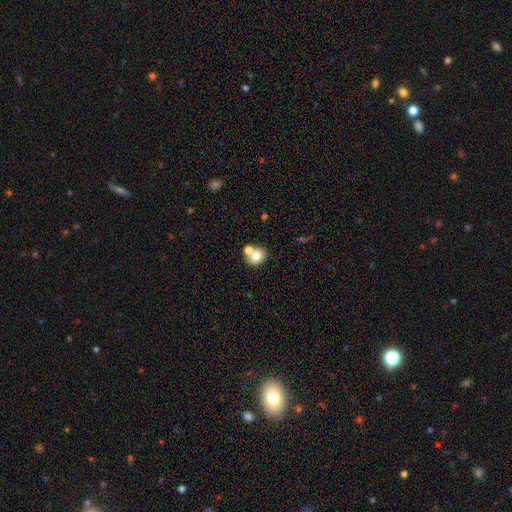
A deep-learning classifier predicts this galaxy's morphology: smooth_or_featured: smooth (p=0.75) [alt: featured or disk p=0.15]
how_rounded: round (p=0.73) [alt: in between p=0.26]
merging: none (p=0.52) [alt: merger p=0.37]